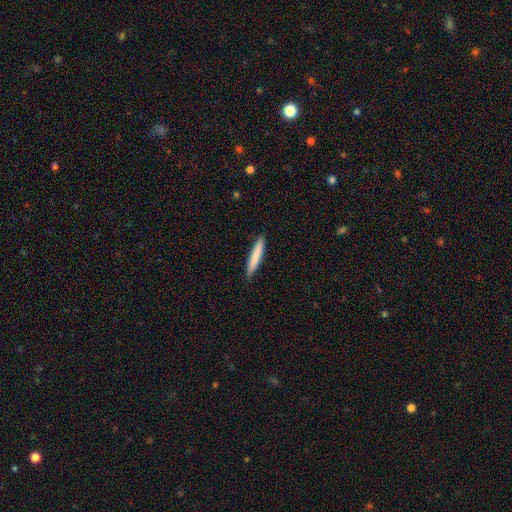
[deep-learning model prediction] Q: Smooth or featured?
A: smooth (80%); runner-up: featured or disk (15%)
Q: How rounded?
A: cigar-shaped (94%); runner-up: in between (5%)
Q: Merging?
A: none (90%); runner-up: minor disturbance (8%)